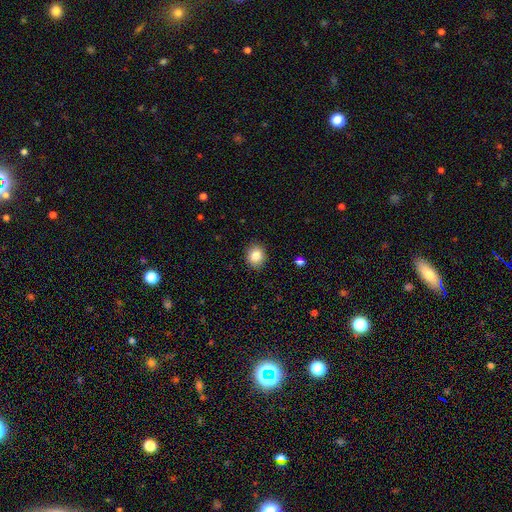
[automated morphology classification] smooth_or_featured: smooth (p=0.86) [alt: star or artifact p=0.09]
how_rounded: round (p=0.69) [alt: in between p=0.30]
merging: none (p=0.89) [alt: minor disturbance p=0.08]